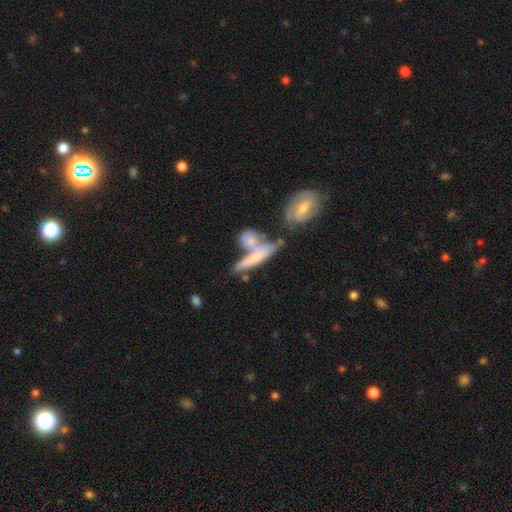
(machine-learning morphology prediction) The model was most divided on "smooth or featured": smooth: 51%, featured or disk: 41%, star or artifact: 8%. Remaining: how rounded — cigar-shaped (67%); merging — merger (48%).